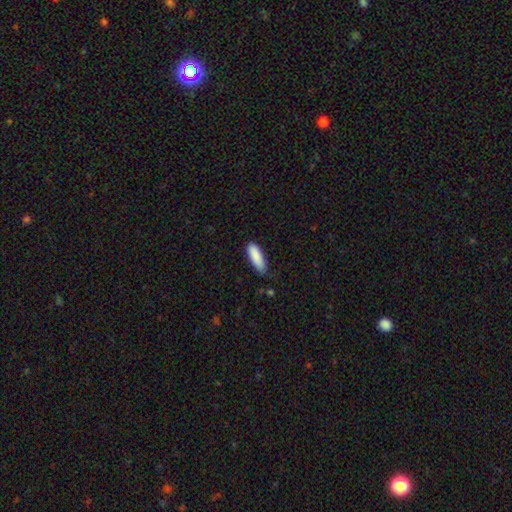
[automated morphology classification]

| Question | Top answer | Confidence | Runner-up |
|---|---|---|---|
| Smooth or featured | smooth | 89% | star or artifact (6%) |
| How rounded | in between | 58% | cigar-shaped (41%) |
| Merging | none | 73% | minor disturbance (23%) |